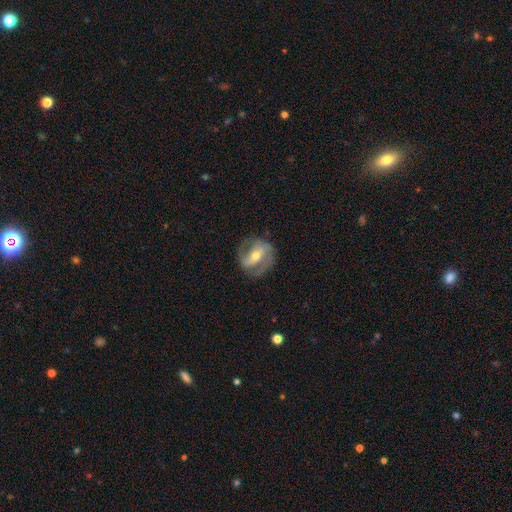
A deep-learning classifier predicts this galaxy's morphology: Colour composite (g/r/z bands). It shows a featured or disk galaxy (78%) with a strong bar (50%), 2 (84%) medium (47%) spiral arms (87%) and a moderate central bulge (54%). Merging: none (76%).